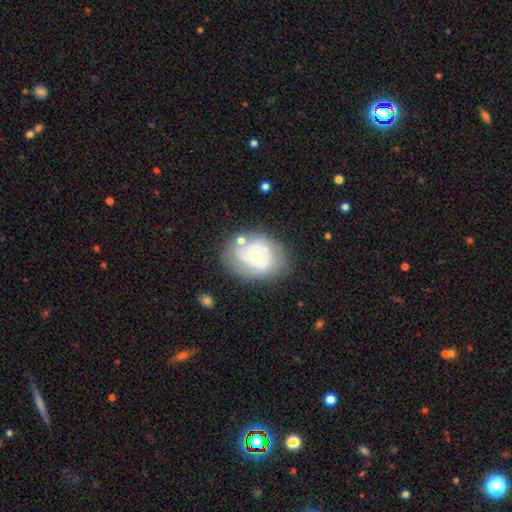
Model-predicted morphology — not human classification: Smooth or featured? featured or disk (63%)
Edge-on disk? no (98%)
Bar? no (68%)
Spiral arms? yes (78%)
Bulge size? small (64%)
Merging? none (65%)